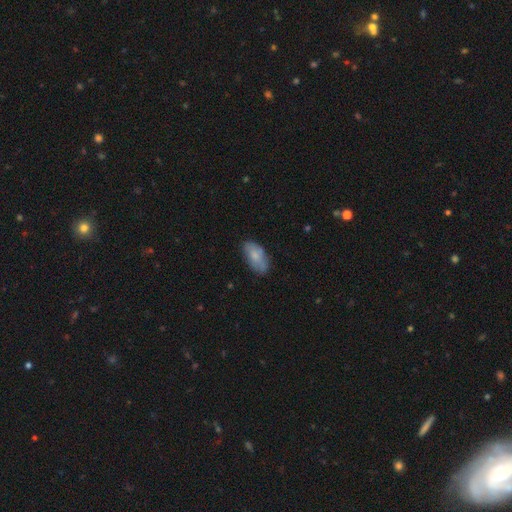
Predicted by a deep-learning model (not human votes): Overall: smooth (74%). How rounded: in between (92%). Merging: none (69%).